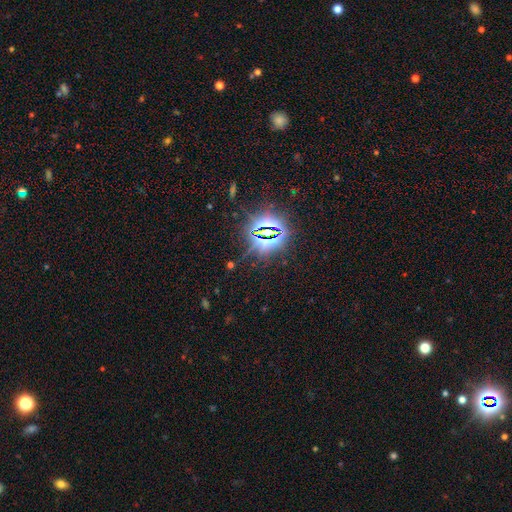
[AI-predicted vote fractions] smooth_or_featured: star or artifact (p=0.80) [alt: smooth p=0.13]